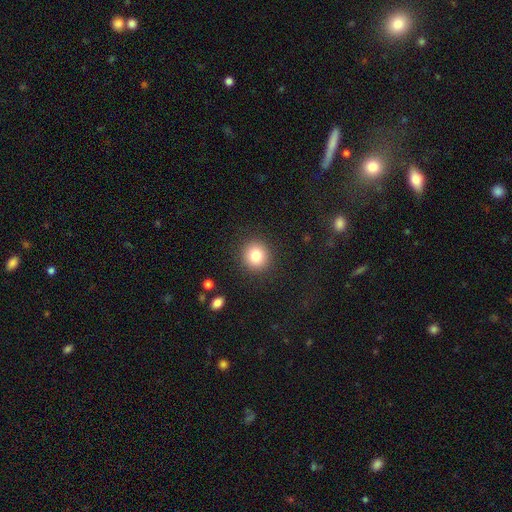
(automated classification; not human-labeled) Smooth or featured? smooth (82%)
How rounded? round (91%)
Merging? none (90%)